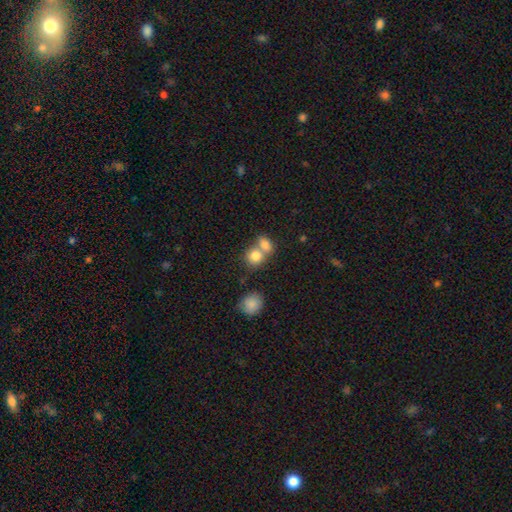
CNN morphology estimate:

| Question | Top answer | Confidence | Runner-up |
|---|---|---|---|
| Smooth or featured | smooth | 81% | featured or disk (10%) |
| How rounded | round | 67% | in between (31%) |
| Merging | merger | 56% | none (34%) |